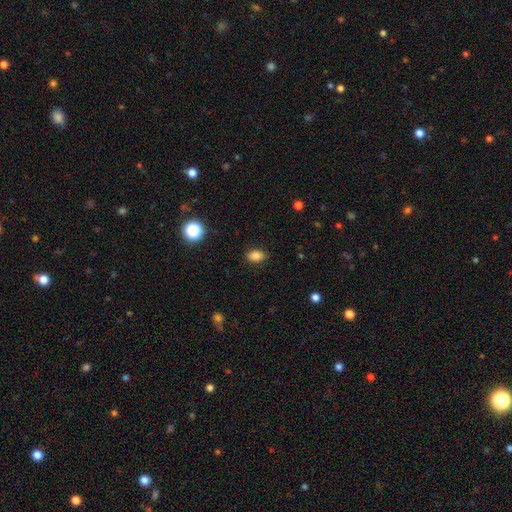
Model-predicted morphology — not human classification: The model was most divided on "how rounded": in between: 85%, round: 14%, cigar-shaped: 2%. More confident: merging — none (87%); smooth or featured — smooth (83%).